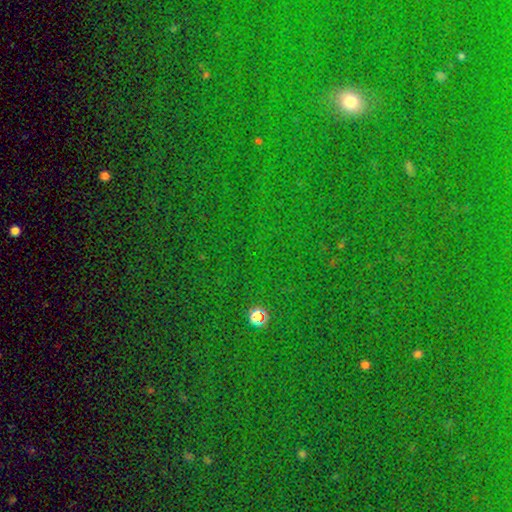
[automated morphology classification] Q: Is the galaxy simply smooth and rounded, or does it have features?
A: star or artifact — 76%.